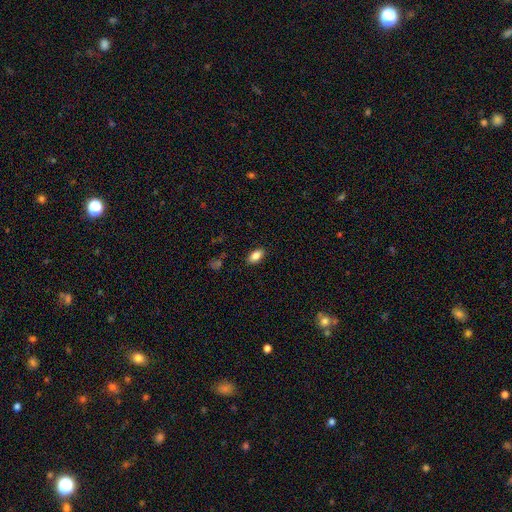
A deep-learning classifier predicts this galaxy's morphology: A smooth galaxy with no disk features (86%) that is in between round and cigar-shaped (92%).

Vote fractions:
- Smooth or featured? smooth: 86% / star or artifact: 8% / featured or disk: 6%
- How rounded? in between: 92% / round: 4% / cigar-shaped: 4%
- Merging? none: 88% / minor disturbance: 9% / major disturbance: 2% / merger: 1%